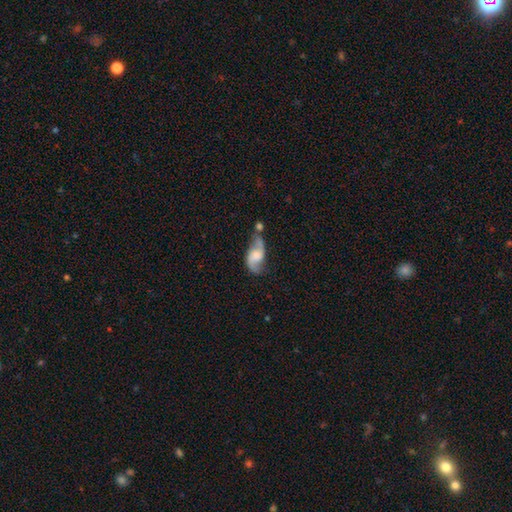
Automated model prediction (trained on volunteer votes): Smooth or featured? featured or disk (71%)
Edge-on disk? no (95%)
Bar? no (53%)
Spiral arms? yes (93%)
Spiral winding? loose (62%)
Spiral arm count? 2 (89%)
Bulge size? moderate (32%)
Merging? none (46%)